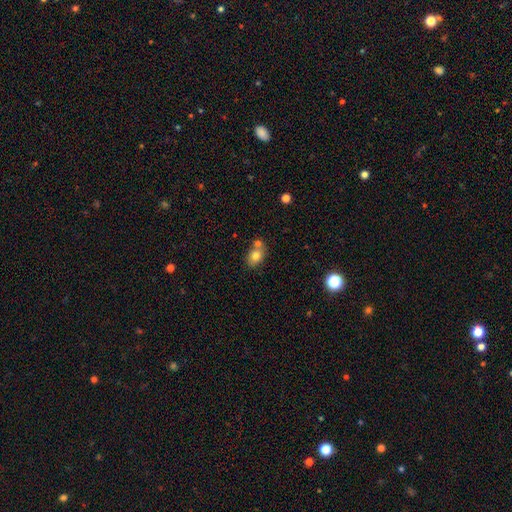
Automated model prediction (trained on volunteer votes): Smooth or featured? smooth (77%)
How rounded? in between (64%)
Merging? none (51%)